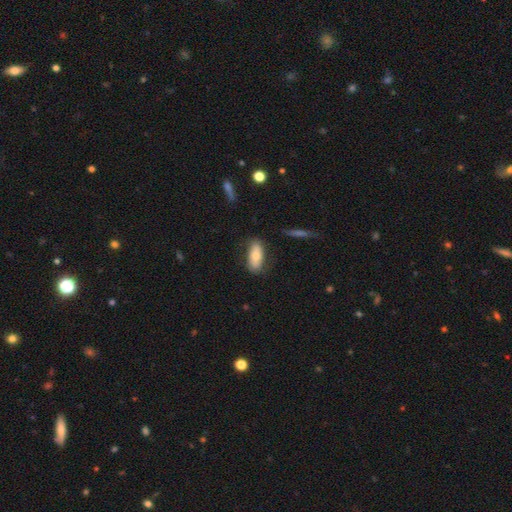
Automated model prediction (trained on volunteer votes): Smooth or featured? Predicted: smooth (p=0.72). How rounded? Predicted: in between (p=0.84). Merging? Predicted: none (p=0.75).